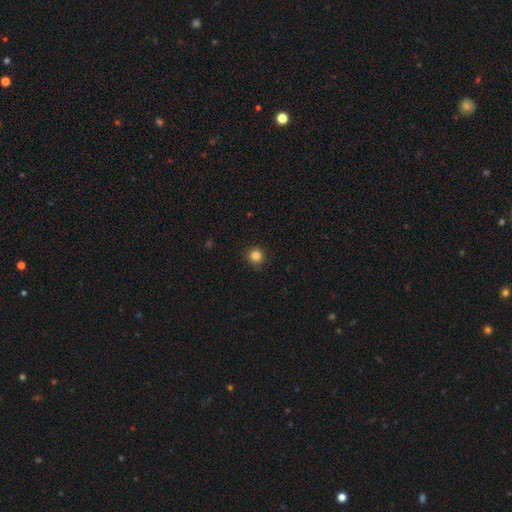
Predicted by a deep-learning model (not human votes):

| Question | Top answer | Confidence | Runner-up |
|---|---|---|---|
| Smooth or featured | smooth | 84% | star or artifact (12%) |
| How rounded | round | 93% | in between (6%) |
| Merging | none | 89% | minor disturbance (8%) |